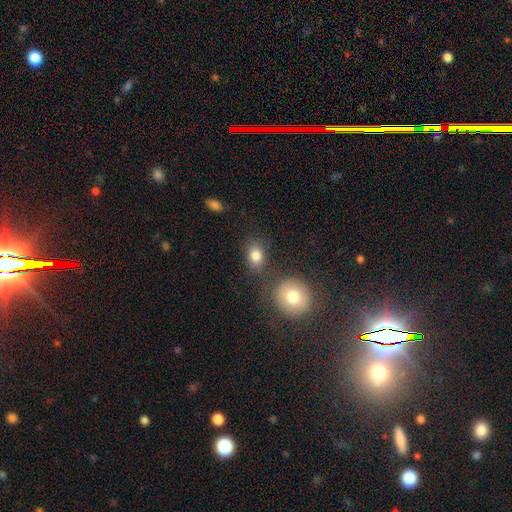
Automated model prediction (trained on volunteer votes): Smooth or featured: smooth — 82% (star or artifact — 10%)
How rounded: in between — 64% (round — 35%)
Merging: none — 67% (merger — 14%)